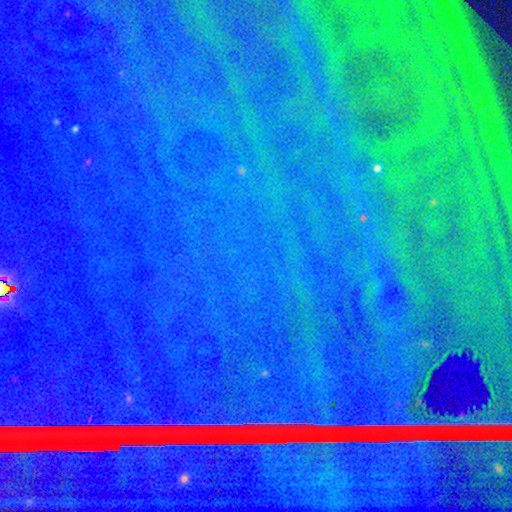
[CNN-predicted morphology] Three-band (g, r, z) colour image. It shows a star or artifact, not a galaxy (86%).